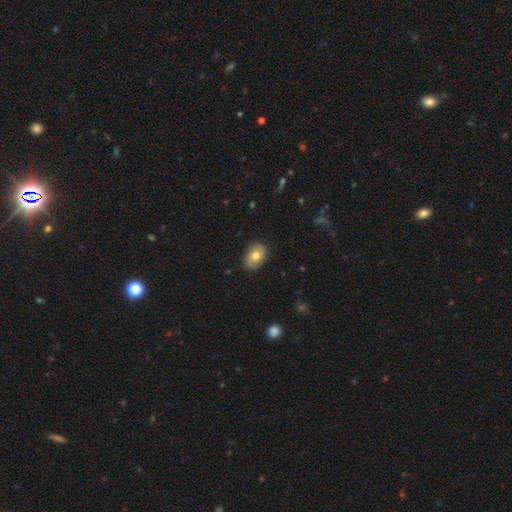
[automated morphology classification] smooth 71%, featured or disk 21%, star or artifact 8%. Down the decision tree: how rounded — in between (74%); merging — none (84%).